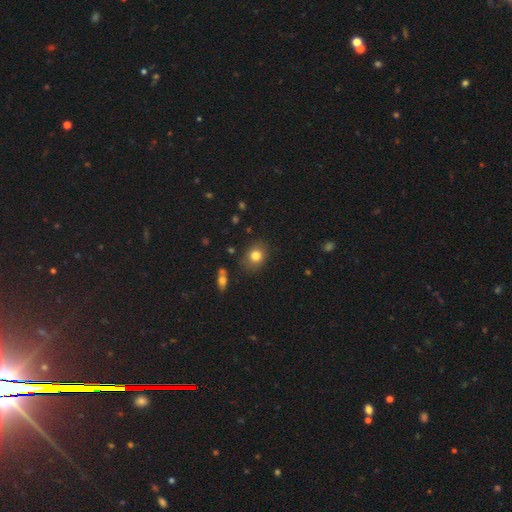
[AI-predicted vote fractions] A smooth galaxy with no disk features (80%) that is round (58%).

Vote fractions:
- Smooth or featured? smooth: 80% / star or artifact: 11% / featured or disk: 9%
- How rounded? round: 58% / in between: 41% / cigar-shaped: 1%
- Merging? none: 82% / minor disturbance: 12% / major disturbance: 3% / merger: 2%